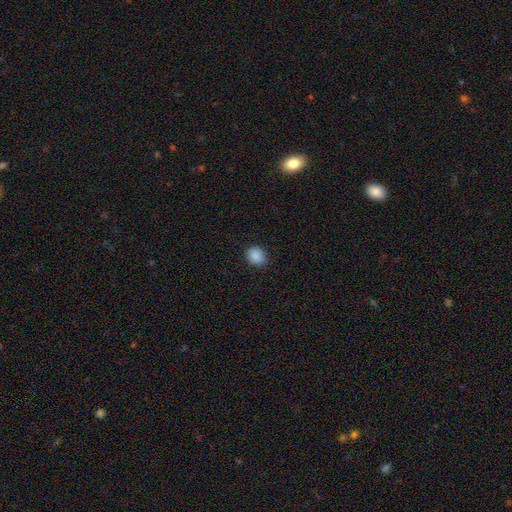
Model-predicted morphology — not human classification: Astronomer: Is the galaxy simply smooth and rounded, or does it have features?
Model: smooth — 89%.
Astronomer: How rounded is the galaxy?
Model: round — 68%.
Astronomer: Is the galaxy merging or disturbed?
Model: none — 88%.